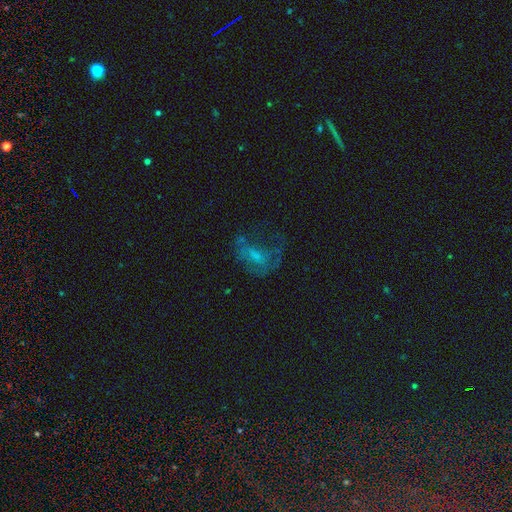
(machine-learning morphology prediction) type=featured or disk (48%); merging=major disturbance (45%).